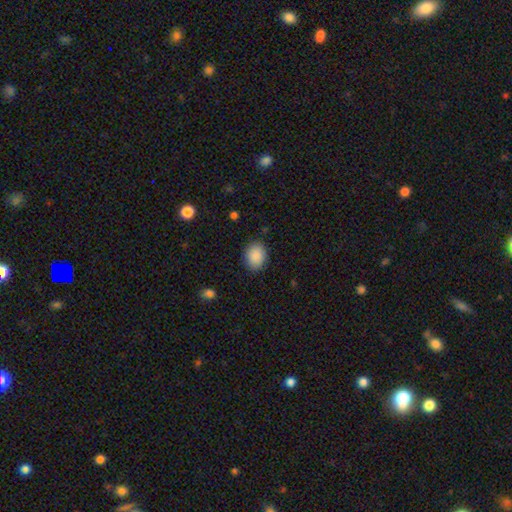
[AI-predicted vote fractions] Smooth or featured? smooth (89%)
How rounded? in between (58%)
Merging? none (87%)